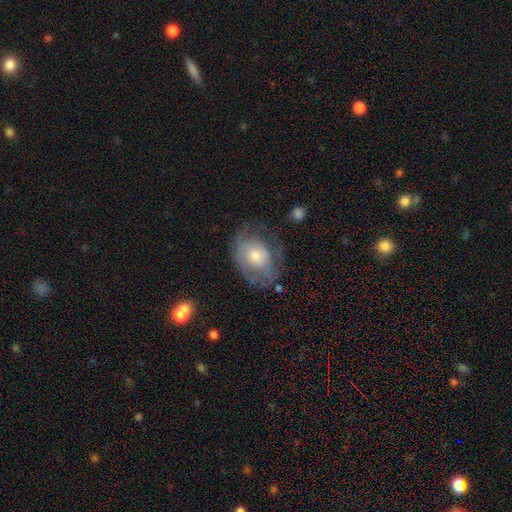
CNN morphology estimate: smooth-or-featured: featured or disk: 52% | smooth: 41% | star or artifact: 8%
  disk-edge-on: no: 96% | yes: 4%
  merging: none: 53% | minor disturbance: 25% | major disturbance: 20% | merger: 2%